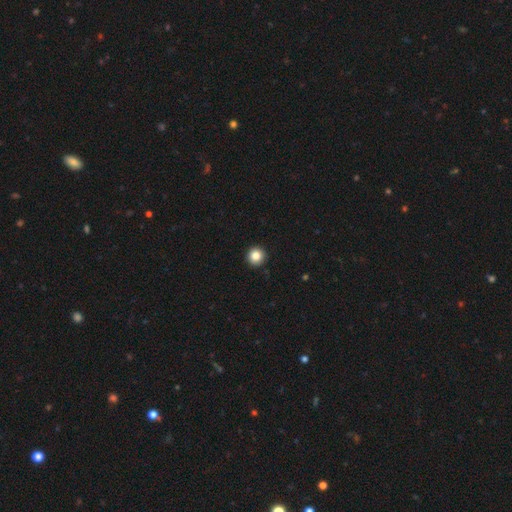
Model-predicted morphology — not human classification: smooth_or_featured: smooth (p=0.85) [alt: star or artifact p=0.10]
how_rounded: round (p=0.96) [alt: in between p=0.03]
merging: none (p=0.94) [alt: minor disturbance p=0.04]